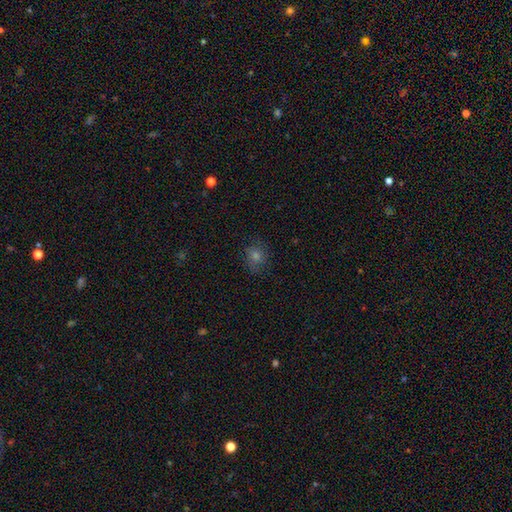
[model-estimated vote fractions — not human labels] Morphology: type=smooth (54%); roundness=round (78%); merging=none (81%).